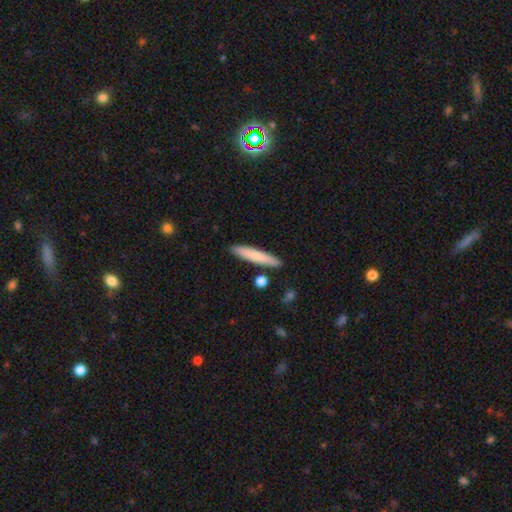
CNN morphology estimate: smooth 77%, featured or disk 17%, star or artifact 6%. Down the decision tree: how rounded — cigar-shaped (92%); merging — none (88%).